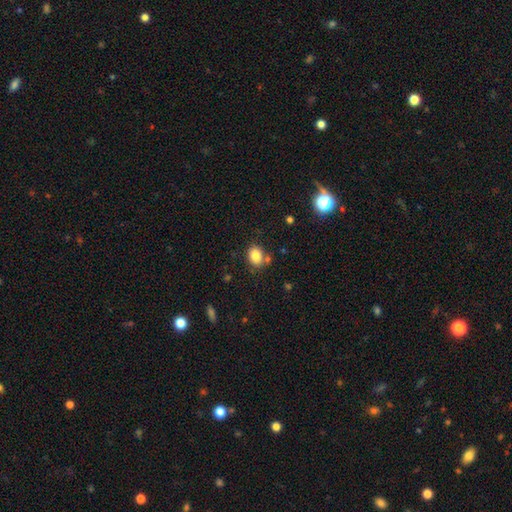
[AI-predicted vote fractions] smooth 83%, star or artifact 10%, featured or disk 7%. Down the decision tree: how rounded — in between (56%); merging — none (74%).